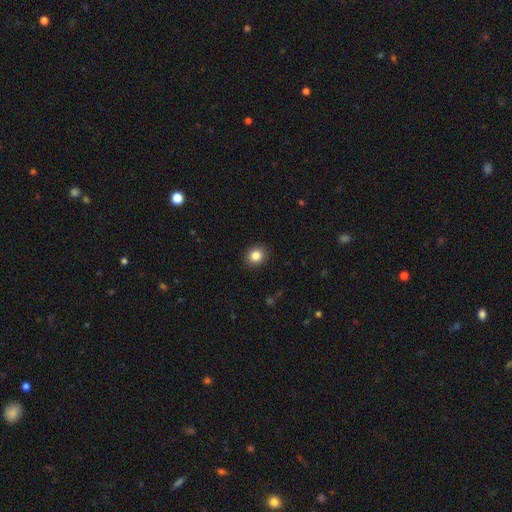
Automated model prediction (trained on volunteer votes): Smooth or featured: smooth — 85% (star or artifact — 10%)
How rounded: round — 75% (in between — 24%)
Merging: none — 90% (minor disturbance — 7%)